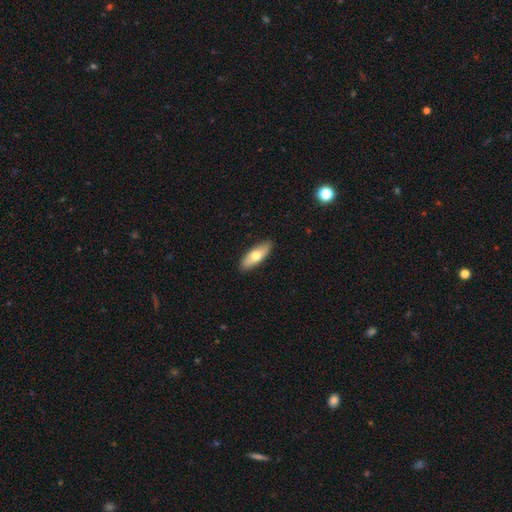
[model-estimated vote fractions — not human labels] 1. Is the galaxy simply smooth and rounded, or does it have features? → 66% smooth, 29% featured or disk, 5% star or artifact.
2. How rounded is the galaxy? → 71% in between, 26% cigar-shaped, 3% round.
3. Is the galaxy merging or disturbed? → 90% none, 8% minor disturbance, 2% major disturbance, 1% merger.